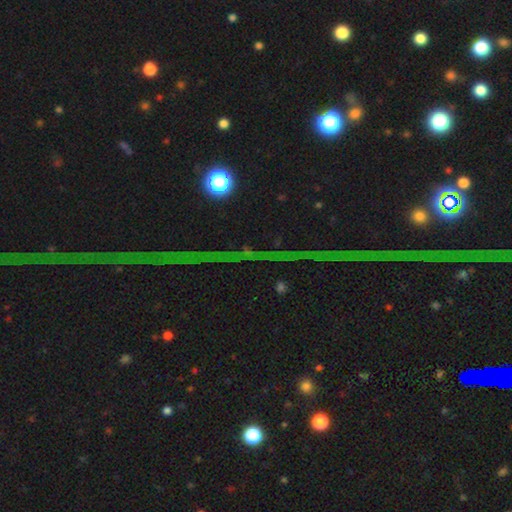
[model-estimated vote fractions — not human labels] This is clearly a star or artifact rather than a galaxy (80%).